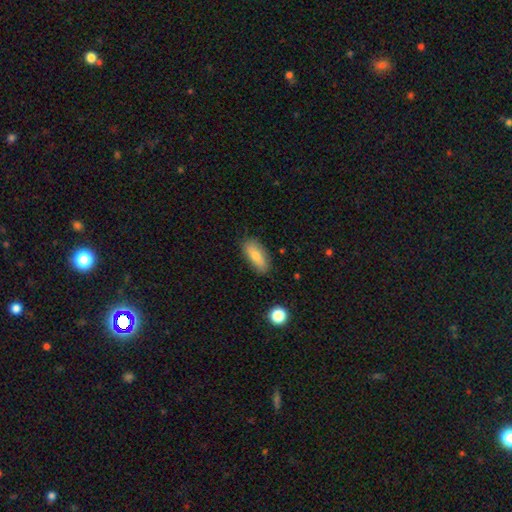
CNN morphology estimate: Smooth or featured: smooth — 77% (featured or disk — 15%)
How rounded: in between — 76% (cigar-shaped — 21%)
Merging: none — 83% (minor disturbance — 13%)